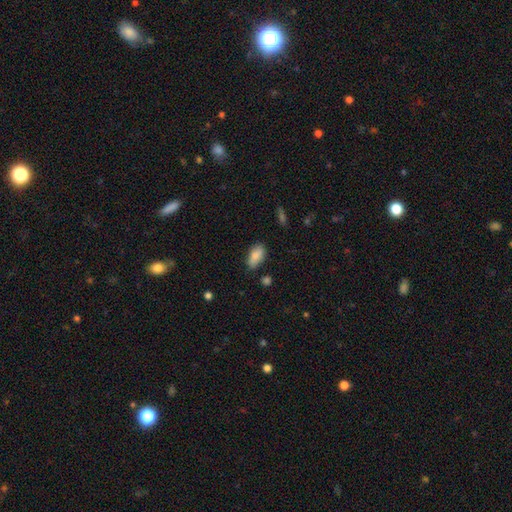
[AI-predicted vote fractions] Smooth or featured? Predicted: smooth (p=0.85). How rounded? Predicted: in between (p=0.91). Merging? Predicted: none (p=0.72).